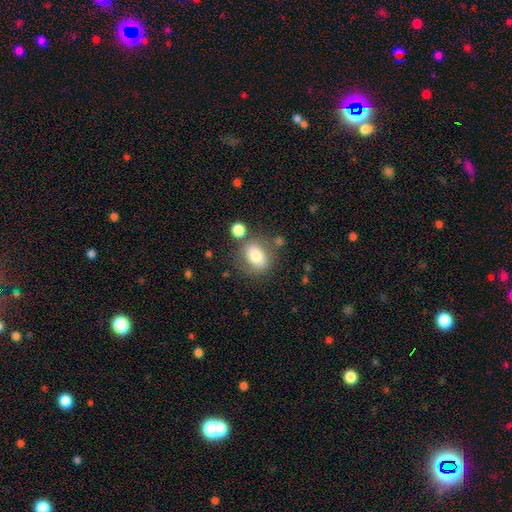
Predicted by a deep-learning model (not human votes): Smooth or featured: smooth — 76% (featured or disk — 15%)
How rounded: in between — 64% (round — 34%)
Merging: none — 67% (minor disturbance — 15%)